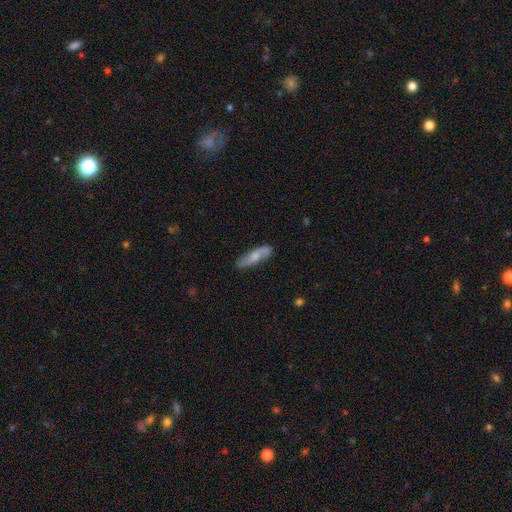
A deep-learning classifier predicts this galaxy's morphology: Smooth or featured?
  - smooth: 52% *
  - featured or disk: 42%
  - star or artifact: 6%
How rounded?
  - cigar-shaped: 56% *
  - in between: 42%
  - round: 3%
Merging?
  - none: 77% *
  - minor disturbance: 17%
  - major disturbance: 4%
  - merger: 2%